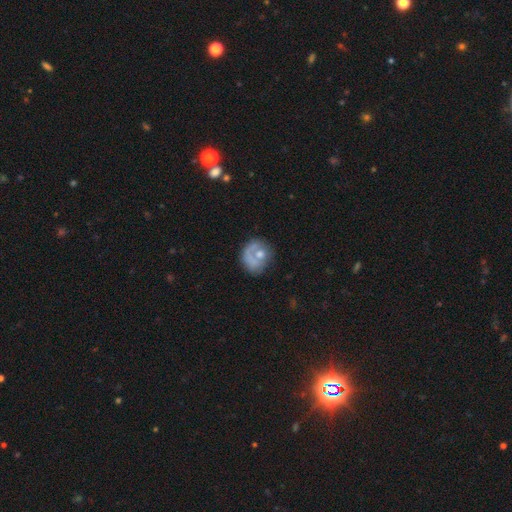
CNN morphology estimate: featured or disk 47%, smooth 45%, star or artifact 8%. Down the decision tree: merging — none (47%).